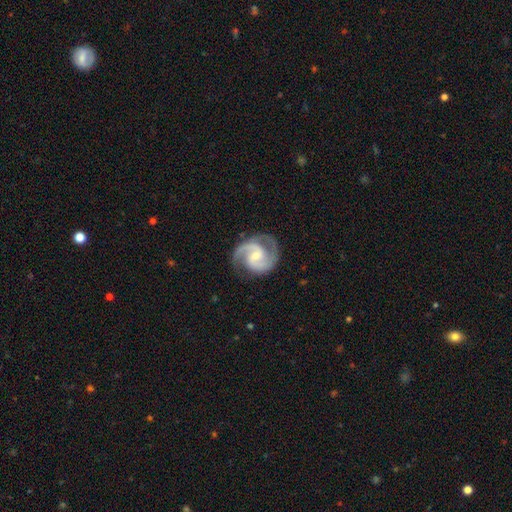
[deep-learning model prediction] The model was most divided on "bar": weak: 49%, no: 38%, strong: 14%. More confident: spiral arms — yes (98%); edge-on disk — no (98%); smooth or featured — featured or disk (92%); spiral arm count — 2 (91%); merging — none (81%); spiral winding — medium (61%); bulge size — small (56%).